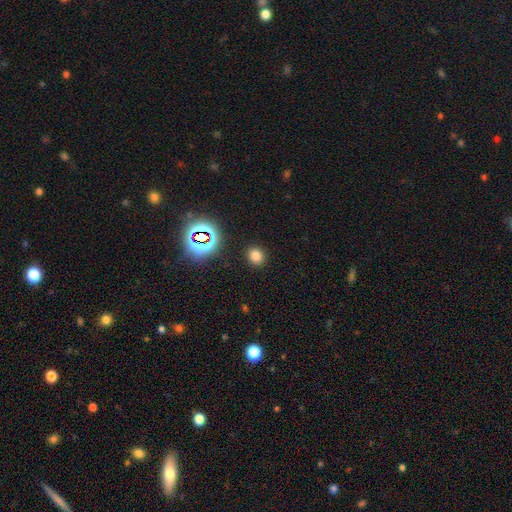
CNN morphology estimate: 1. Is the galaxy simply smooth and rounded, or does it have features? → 73% smooth, 21% star or artifact, 6% featured or disk.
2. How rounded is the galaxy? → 65% round, 34% in between, 1% cigar-shaped.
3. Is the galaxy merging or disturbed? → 89% none, 7% minor disturbance, 3% major disturbance, 2% merger.